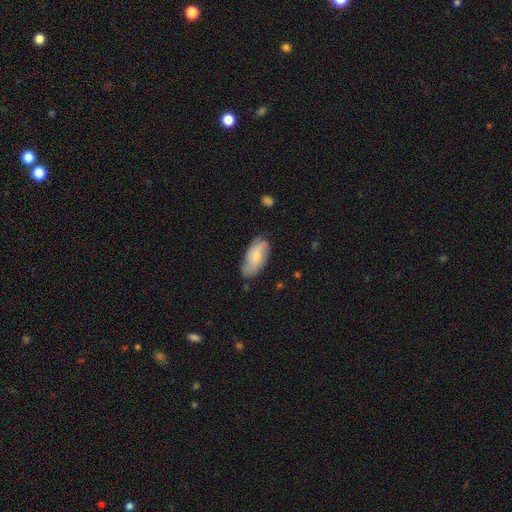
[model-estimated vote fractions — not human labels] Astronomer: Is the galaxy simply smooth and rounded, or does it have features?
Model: smooth — 58% (runner-up: featured or disk, 36%).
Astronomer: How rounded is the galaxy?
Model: in between — 90%.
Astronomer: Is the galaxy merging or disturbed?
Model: none — 69%.